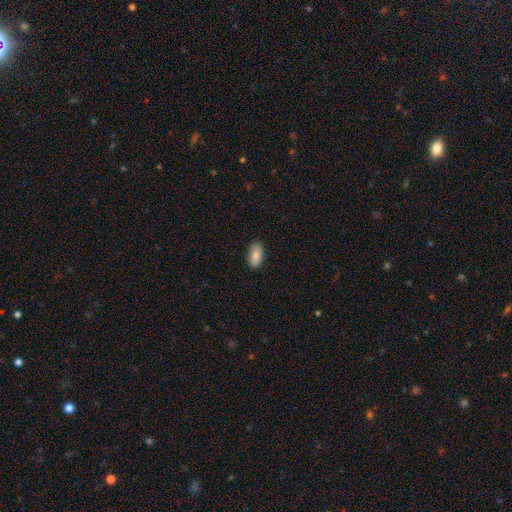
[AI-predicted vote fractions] A smooth galaxy with no disk features (85%) that is in between round and cigar-shaped (93%).

Vote fractions:
- Smooth or featured? smooth: 85% / featured or disk: 8% / star or artifact: 7%
- How rounded? in between: 93% / cigar-shaped: 5% / round: 3%
- Merging? none: 88% / minor disturbance: 9% / major disturbance: 2% / merger: 1%